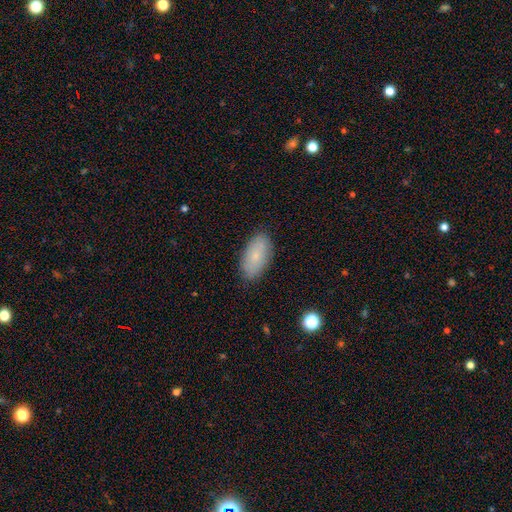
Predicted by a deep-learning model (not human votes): Smooth or featured? Predicted: smooth (p=0.77). How rounded? Predicted: in between (p=0.94). Merging? Predicted: none (p=0.85).